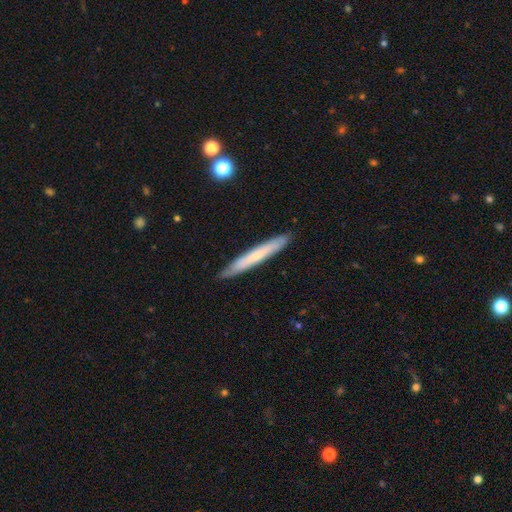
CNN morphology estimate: Smooth or featured? smooth (55%)
How rounded? cigar-shaped (96%)
Merging? none (89%)